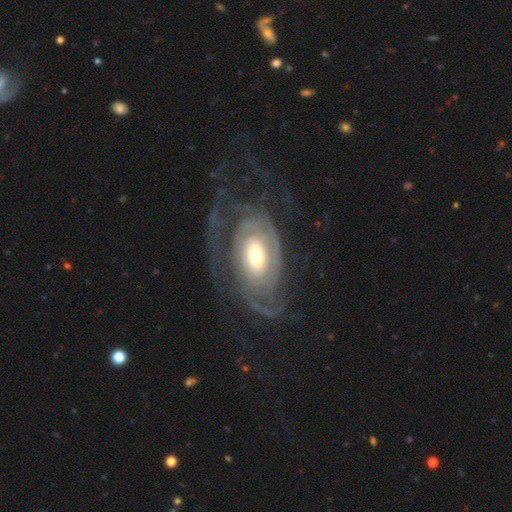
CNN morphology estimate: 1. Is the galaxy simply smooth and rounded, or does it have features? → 82% featured or disk, 13% smooth, 5% star or artifact.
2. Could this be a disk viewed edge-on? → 95% no, 5% yes.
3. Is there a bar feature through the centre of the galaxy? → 69% no, 22% weak, 9% strong.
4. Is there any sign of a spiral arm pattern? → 84% yes, 16% no.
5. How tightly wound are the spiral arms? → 54% tight, 28% medium, 18% loose.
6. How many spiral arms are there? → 38% can't tell, 28% 2, 11% 1, 11% 3, 6% 4, 5% more than 4.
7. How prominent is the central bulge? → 56% moderate, 29% small, 12% large, 2% dominant, 1% none.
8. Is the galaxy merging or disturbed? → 49% none, 33% major disturbance, 16% minor disturbance, 2% merger.